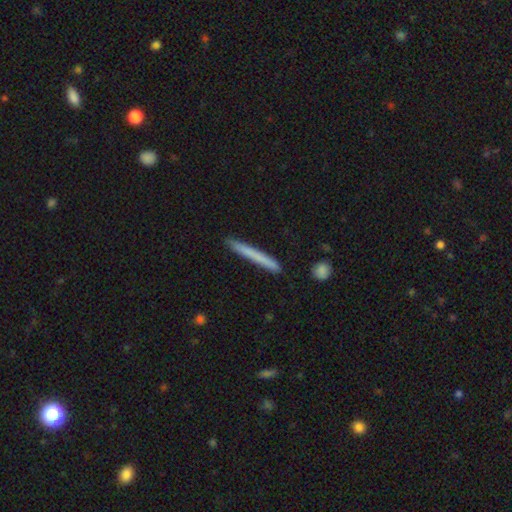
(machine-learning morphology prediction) smooth-or-featured: smooth: 69% | featured or disk: 26% | star or artifact: 6%
  how-rounded: cigar-shaped: 97% | in between: 2% | round: 1%
  merging: none: 90% | minor disturbance: 7% | merger: 1% | major disturbance: 1%